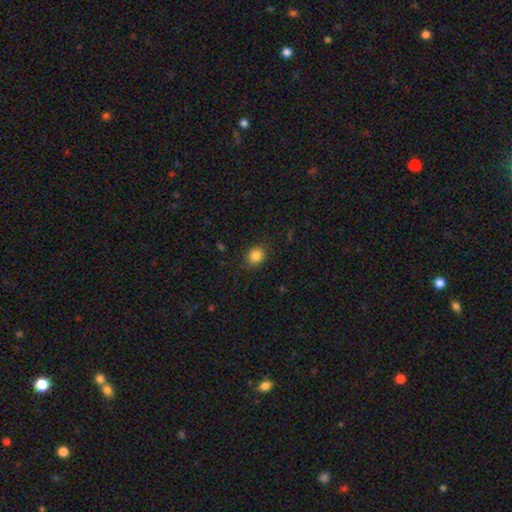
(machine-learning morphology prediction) Smooth or featured?
  - smooth: 85% *
  - star or artifact: 10%
  - featured or disk: 4%
How rounded?
  - round: 60% *
  - in between: 39%
  - cigar-shaped: 1%
Merging?
  - none: 84% *
  - minor disturbance: 12%
  - major disturbance: 3%
  - merger: 1%